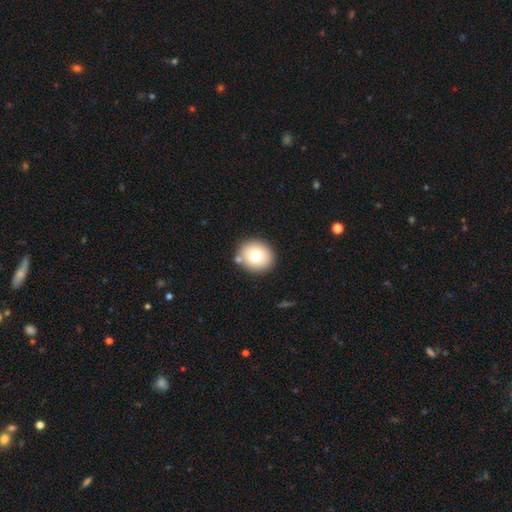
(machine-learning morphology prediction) A smooth galaxy with no disk features (74%) that is round (81%).

Vote fractions:
- Smooth or featured? smooth: 74% / featured or disk: 16% / star or artifact: 10%
- How rounded? round: 81% / in between: 18% / cigar-shaped: 1%
- Merging? none: 82% / minor disturbance: 9% / merger: 7% / major disturbance: 3%